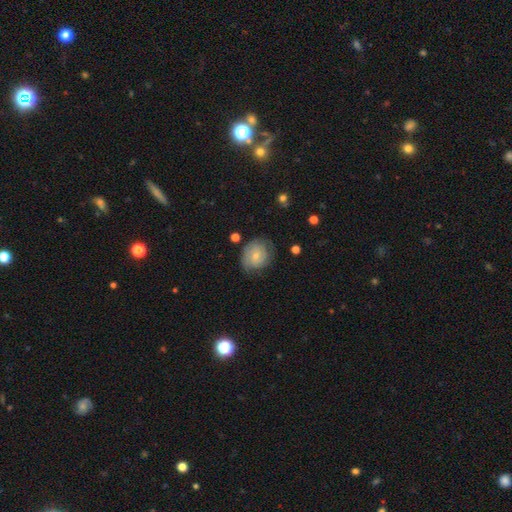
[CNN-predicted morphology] This is possibly a featured or disk galaxy (54%). It is clearly not viewed edge-on (97%). Bar: likely no (68%). Spiral arm pattern: clearly yes (82%). Central bulge: likely small (65%). Merging: likely none (65%).